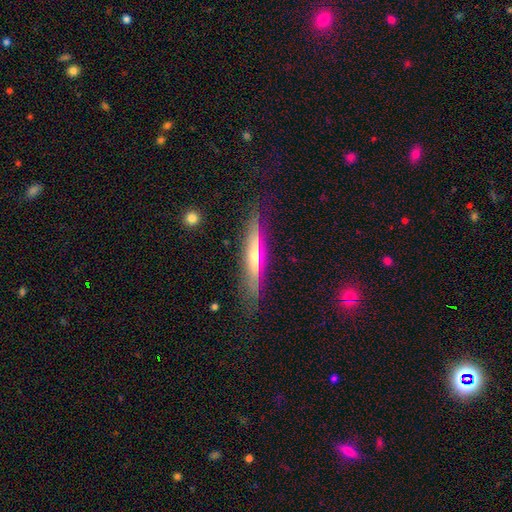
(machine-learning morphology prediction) Q: Smooth or featured?
A: featured or disk (71%); runner-up: smooth (22%)
Q: Edge-on disk?
A: yes (95%); runner-up: no (5%)
Q: Edge-on bulge?
A: rounded (69%); runner-up: none (25%)
Q: Merging?
A: none (83%); runner-up: minor disturbance (12%)